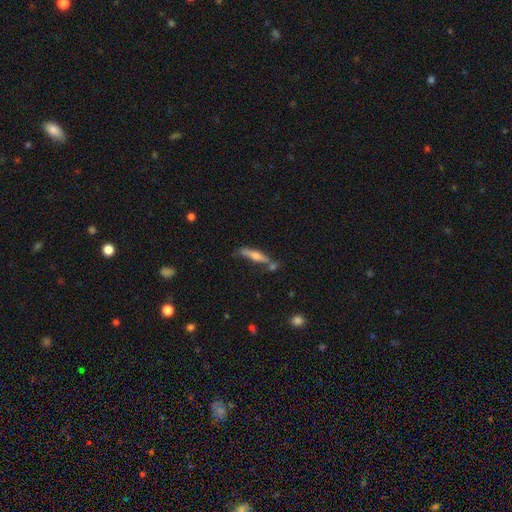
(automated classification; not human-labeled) The model was most divided on "smooth or featured": featured or disk: 48%, smooth: 45%, star or artifact: 7%. More confident: merging — none (59%).